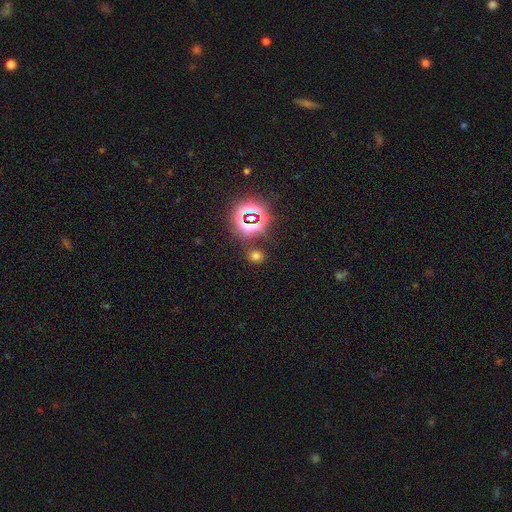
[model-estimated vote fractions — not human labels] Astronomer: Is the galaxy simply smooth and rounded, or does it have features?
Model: smooth — 60%.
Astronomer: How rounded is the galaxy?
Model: round — 64%.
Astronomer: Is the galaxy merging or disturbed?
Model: none — 81%.